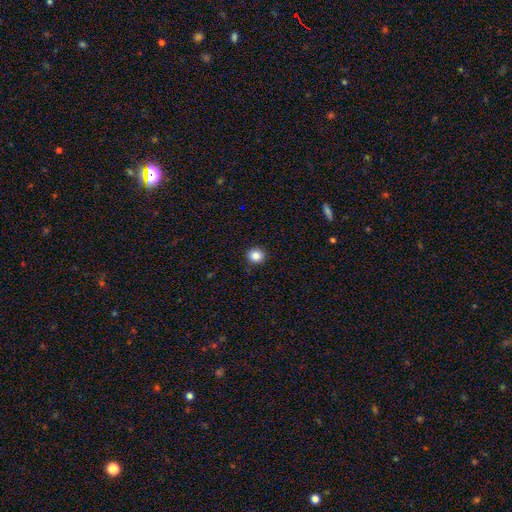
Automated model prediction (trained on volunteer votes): Overall: smooth (85%). How rounded: round (85%). Merging: none (91%).